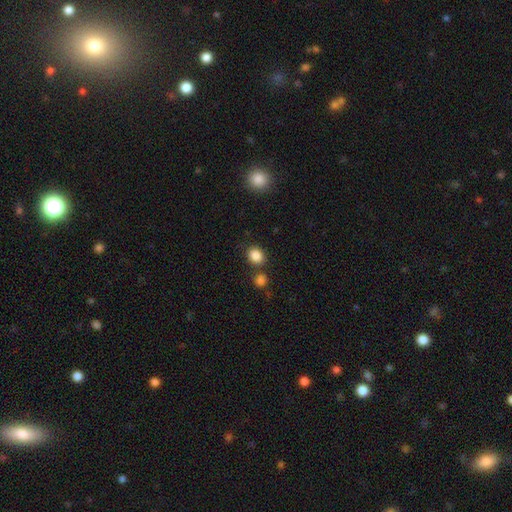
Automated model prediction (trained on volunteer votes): Smooth or featured?
  - smooth: 86% *
  - star or artifact: 10%
  - featured or disk: 4%
How rounded?
  - round: 59% *
  - in between: 40%
  - cigar-shaped: 1%
Merging?
  - none: 75% *
  - merger: 12%
  - minor disturbance: 10%
  - major disturbance: 3%